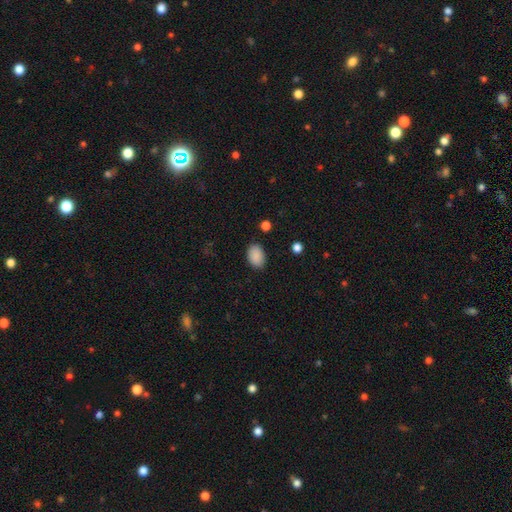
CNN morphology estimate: Q: Smooth or featured?
A: smooth (89%); runner-up: star or artifact (8%)
Q: How rounded?
A: in between (86%); runner-up: round (13%)
Q: Merging?
A: none (85%); runner-up: minor disturbance (11%)